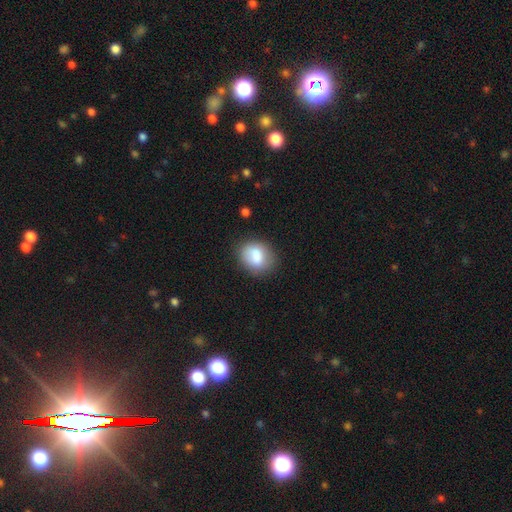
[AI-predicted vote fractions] Smooth or featured? Predicted: smooth (p=0.79). How rounded? Predicted: in between (p=0.56). Merging? Predicted: none (p=0.69).